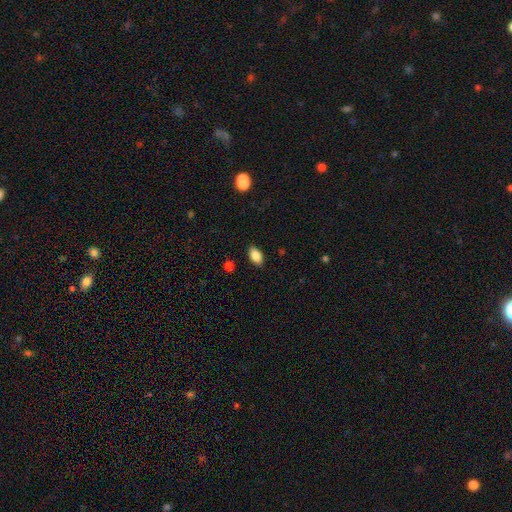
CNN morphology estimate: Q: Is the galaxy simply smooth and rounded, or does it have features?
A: smooth — 86%.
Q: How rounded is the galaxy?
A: in between — 91%.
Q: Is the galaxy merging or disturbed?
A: none — 87%.